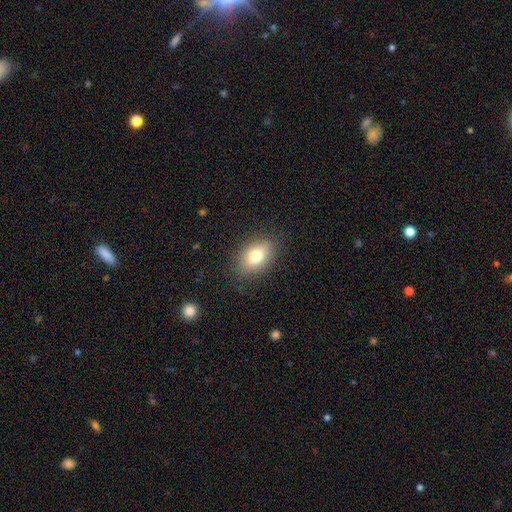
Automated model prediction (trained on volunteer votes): Smooth or featured? smooth (76%)
How rounded? in between (82%)
Merging? none (84%)